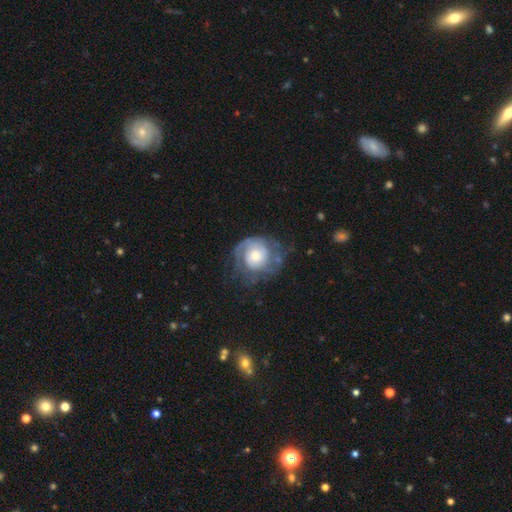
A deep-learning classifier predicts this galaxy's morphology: This appears to be a featured or disk galaxy (67%) with no bar (77%), 2 (42%) tight (54%) spiral arms (84%) and a moderate central bulge (49%). Merging: none (57%).